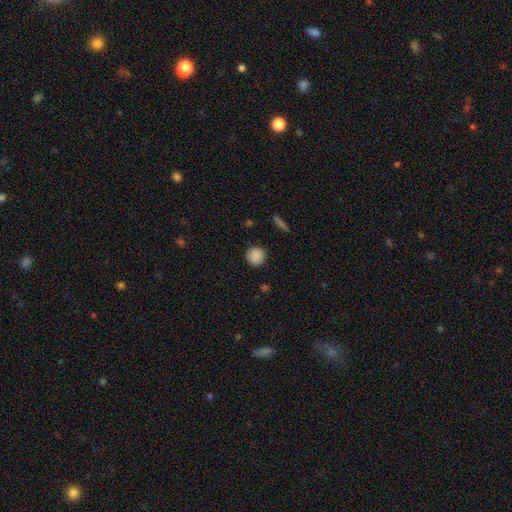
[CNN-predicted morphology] A smooth galaxy with no disk features (88%) that is round (93%). Merging: none (90%).